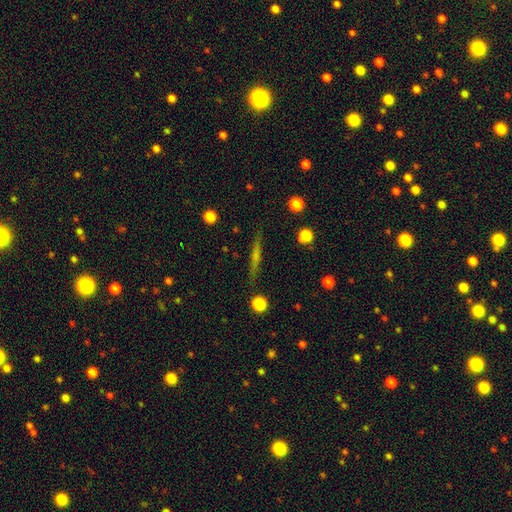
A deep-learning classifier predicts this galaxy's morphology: Smooth or featured?
  - featured or disk: 52% *
  - smooth: 38%
  - star or artifact: 10%
Edge-on disk?
  - yes: 96% *
  - no: 4%
Merging?
  - none: 89% *
  - minor disturbance: 8%
  - major disturbance: 2%
  - merger: 2%